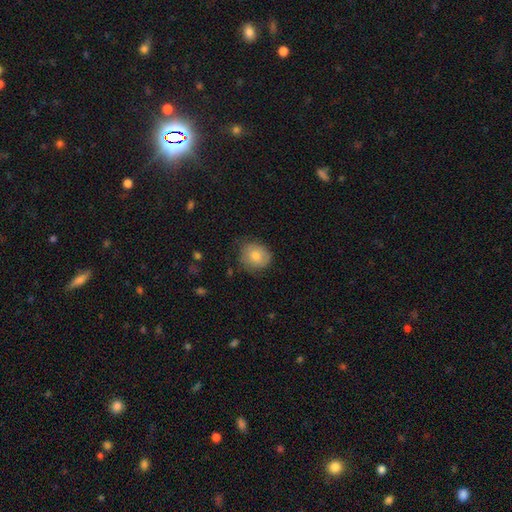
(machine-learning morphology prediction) Smooth or featured?
  - smooth: 76% *
  - featured or disk: 15%
  - star or artifact: 9%
How rounded?
  - round: 77% *
  - in between: 22%
  - cigar-shaped: 1%
Merging?
  - none: 73% *
  - minor disturbance: 22%
  - major disturbance: 4%
  - merger: 1%